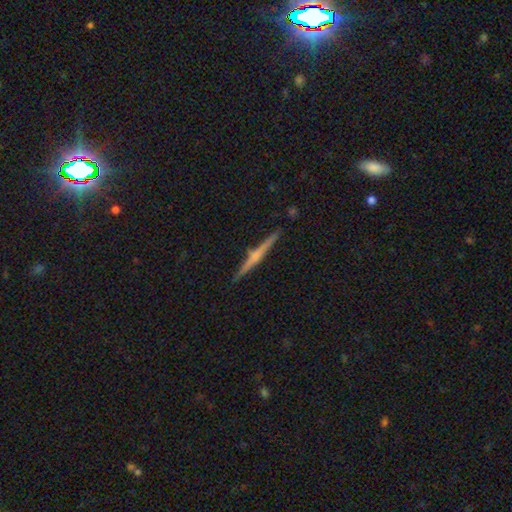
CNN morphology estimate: Smooth or featured? Predicted: featured or disk (p=0.67). Edge-on disk? Predicted: yes (p=0.98). Edge-on bulge? Predicted: rounded (p=0.62). Merging? Predicted: none (p=0.90).